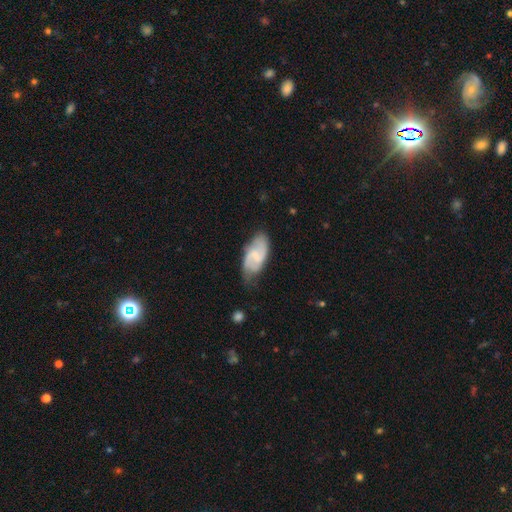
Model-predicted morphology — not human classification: Smooth or featured: featured or disk — 64% (smooth — 30%)
Edge-on disk: no — 96% (yes — 4%)
Bar: weak — 55% (no — 26%)
Spiral arms: yes — 91% (no — 9%)
Spiral winding: medium — 45% (loose — 35%)
Spiral arm count: 2 — 81% (can't tell — 11%)
Bulge size: small — 46% (none — 32%)
Merging: none — 62% (minor disturbance — 28%)